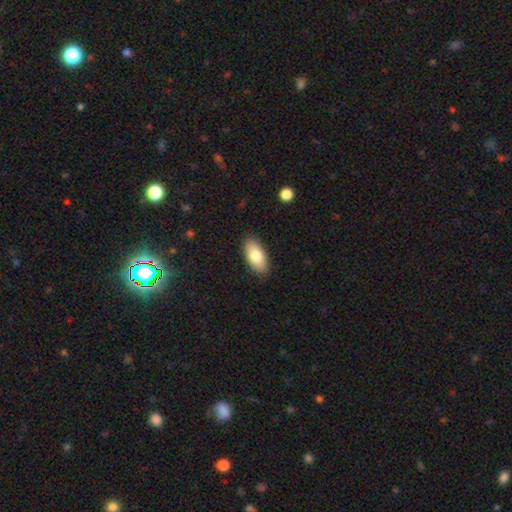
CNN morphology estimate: A smooth galaxy with no disk features (78%) that is in between round and cigar-shaped (91%). Merging: none (88%).